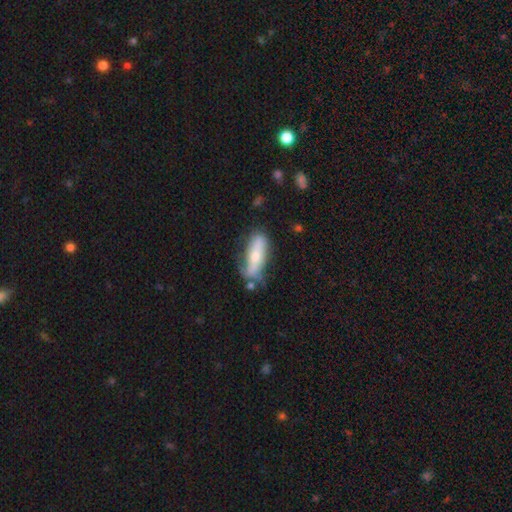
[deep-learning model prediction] Q: Smooth or featured?
A: smooth (56%); runner-up: featured or disk (38%)
Q: How rounded?
A: in between (52%); runner-up: cigar-shaped (46%)
Q: Merging?
A: none (56%); runner-up: minor disturbance (27%)